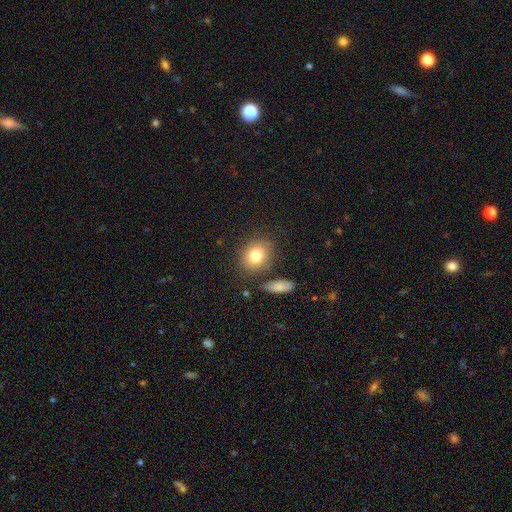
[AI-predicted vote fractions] This appears to be a smooth galaxy with no disk features (80%) that is round (58%). Merging: none (77%).